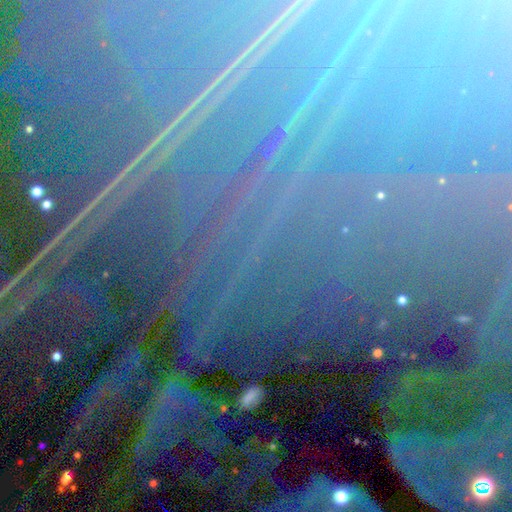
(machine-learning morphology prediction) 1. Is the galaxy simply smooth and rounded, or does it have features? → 87% star or artifact, 8% featured or disk, 5% smooth.